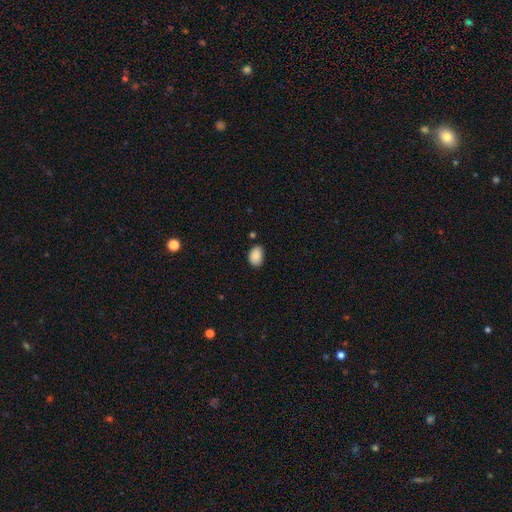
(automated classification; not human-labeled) Smooth or featured: smooth — 87% (star or artifact — 8%)
How rounded: in between — 83% (round — 16%)
Merging: none — 74% (minor disturbance — 20%)